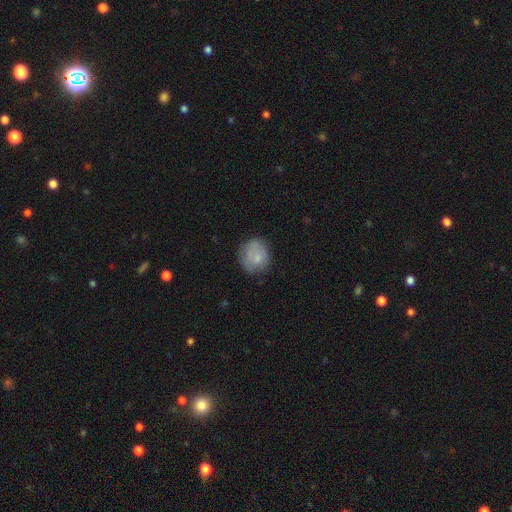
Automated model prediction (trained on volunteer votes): smooth_or_featured: smooth (p=0.72) [alt: featured or disk p=0.20]
how_rounded: round (p=0.74) [alt: in between p=0.25]
merging: none (p=0.67) [alt: minor disturbance p=0.23]